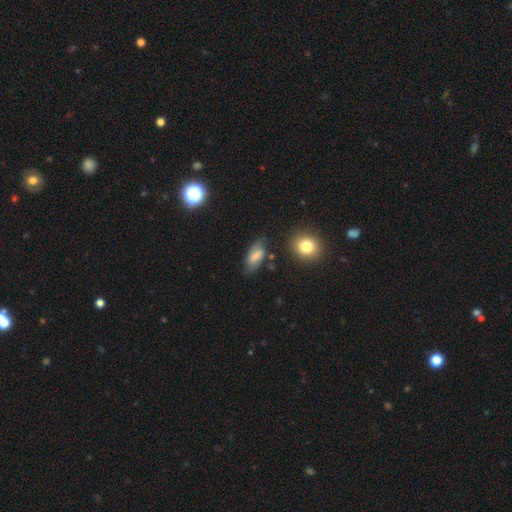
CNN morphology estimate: smooth_or_featured: smooth (p=0.66) [alt: featured or disk p=0.25]
how_rounded: in between (p=0.86) [alt: cigar-shaped p=0.09]
merging: none (p=0.65) [alt: minor disturbance p=0.24]